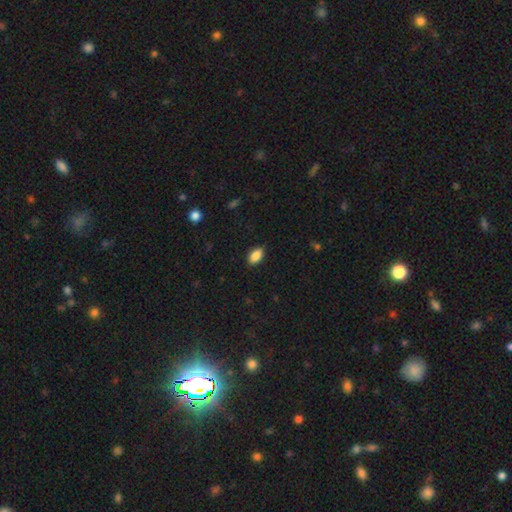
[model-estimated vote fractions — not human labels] This is clearly a smooth galaxy (87%). How rounded: clearly in between (92%). Merging: clearly none (87%).